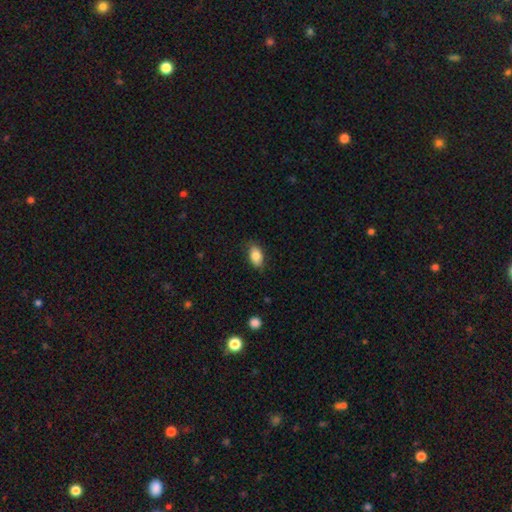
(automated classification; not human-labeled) Overall: smooth (84%). How rounded: in between (91%). Merging: none (80%).